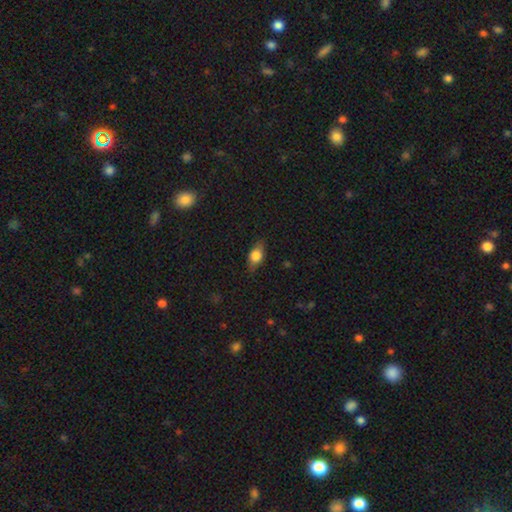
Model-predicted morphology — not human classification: The model was most divided on "smooth or featured": smooth: 74%, featured or disk: 18%, star or artifact: 8%. More confident: how rounded — in between (80%); merging — none (78%).